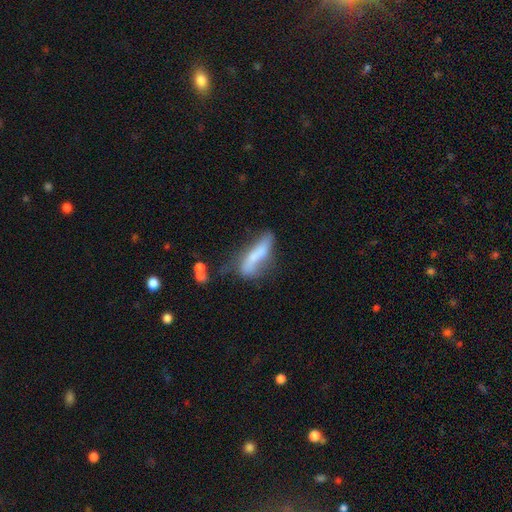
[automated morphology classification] smooth 56%, featured or disk 36%, star or artifact 8%. Down the decision tree: how rounded — cigar-shaped (70%); merging — none (38%).